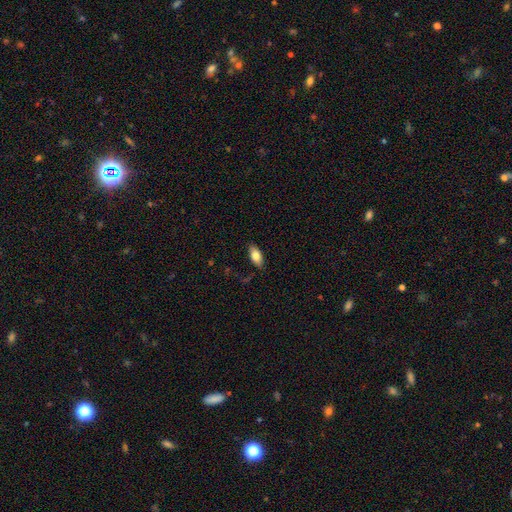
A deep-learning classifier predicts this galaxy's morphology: Q: Smooth or featured?
A: smooth (80%); runner-up: featured or disk (13%)
Q: How rounded?
A: in between (89%); runner-up: cigar-shaped (8%)
Q: Merging?
A: none (85%); runner-up: minor disturbance (11%)